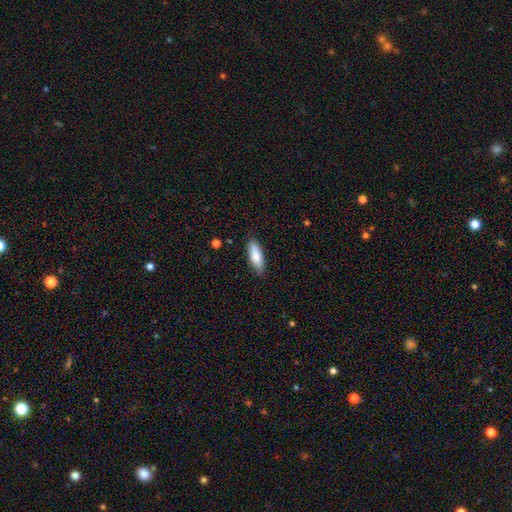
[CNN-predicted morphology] smooth_or_featured: smooth (p=0.83) [alt: featured or disk p=0.11]
how_rounded: in between (p=0.60) [alt: cigar-shaped p=0.38]
merging: none (p=0.84) [alt: minor disturbance p=0.12]